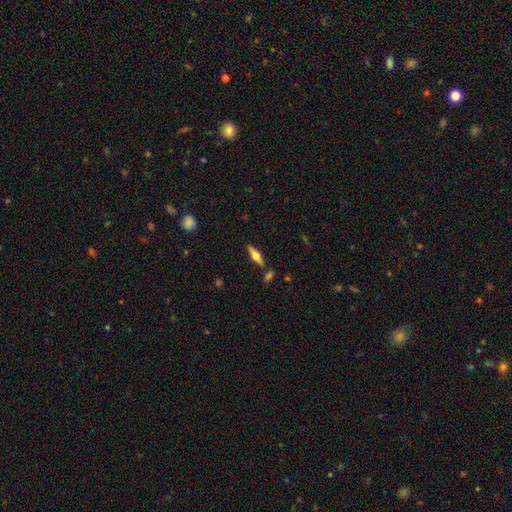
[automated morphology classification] This is likely a featured or disk galaxy (61%). It is clearly viewed edge-on (94%). Edge-on bulge: clearly rounded (93%). Merging: clearly none (83%).